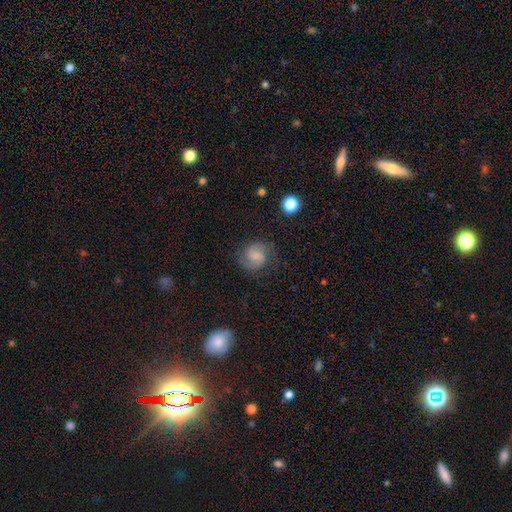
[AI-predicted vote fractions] Smooth or featured?
  - featured or disk: 62% *
  - smooth: 28%
  - star or artifact: 10%
Edge-on disk?
  - no: 98% *
  - yes: 2%
Bar?
  - weak: 50% *
  - no: 35%
  - strong: 15%
Spiral arms?
  - yes: 93% *
  - no: 7%
Spiral winding?
  - medium: 53% *
  - loose: 24%
  - tight: 23%
Spiral arm count?
  - 2: 89% *
  - can't tell: 5%
  - 1: 3%
  - 3: 1%
  - 4: 1%
  - more than 4: 1%
Bulge size?
  - none: 38% *
  - small: 28%
  - moderate: 23%
  - large: 9%
  - dominant: 2%
Merging?
  - none: 74% *
  - minor disturbance: 16%
  - major disturbance: 9%
  - merger: 1%